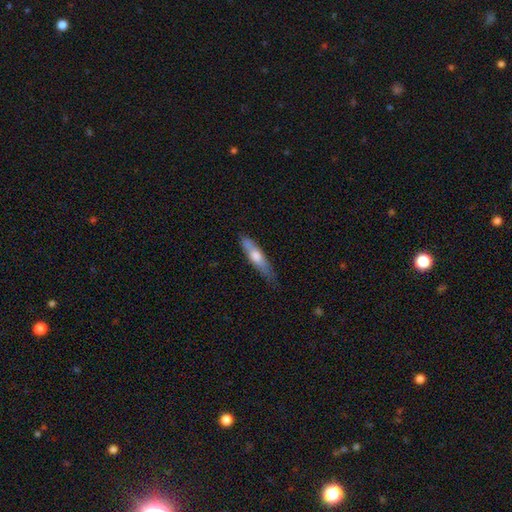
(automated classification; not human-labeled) Smooth or featured: smooth — 57% (featured or disk — 37%)
How rounded: cigar-shaped — 80% (in between — 18%)
Merging: none — 67% (minor disturbance — 26%)